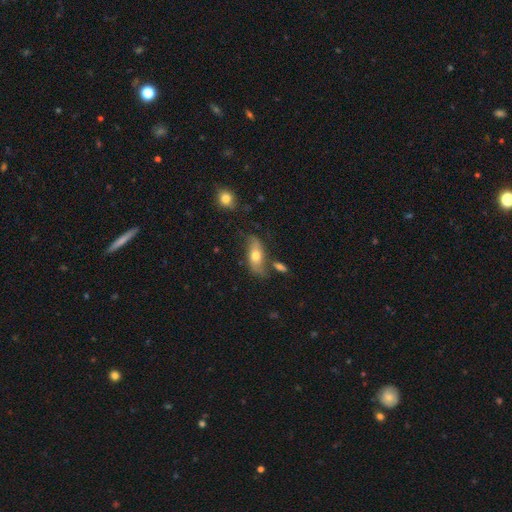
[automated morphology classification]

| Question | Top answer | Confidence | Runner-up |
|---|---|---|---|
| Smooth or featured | smooth | 53% | featured or disk (40%) |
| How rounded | in between | 81% | cigar-shaped (14%) |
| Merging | none | 60% | minor disturbance (23%) |